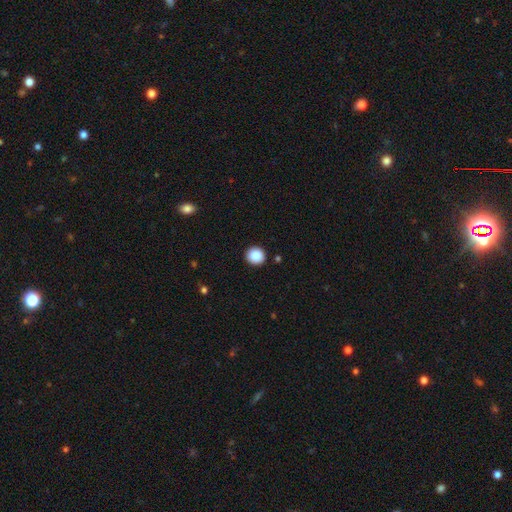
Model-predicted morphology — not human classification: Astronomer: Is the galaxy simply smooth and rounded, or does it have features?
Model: smooth — 88%.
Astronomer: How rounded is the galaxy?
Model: round — 93%.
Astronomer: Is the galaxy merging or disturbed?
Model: none — 92%.